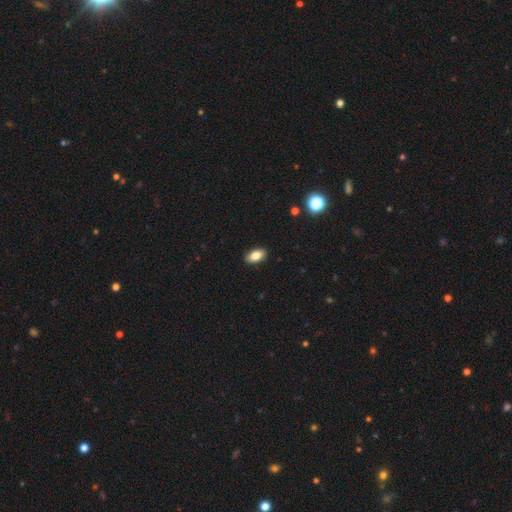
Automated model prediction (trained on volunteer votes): Overall: smooth (82%). How rounded: in between (91%). Merging: none (89%).